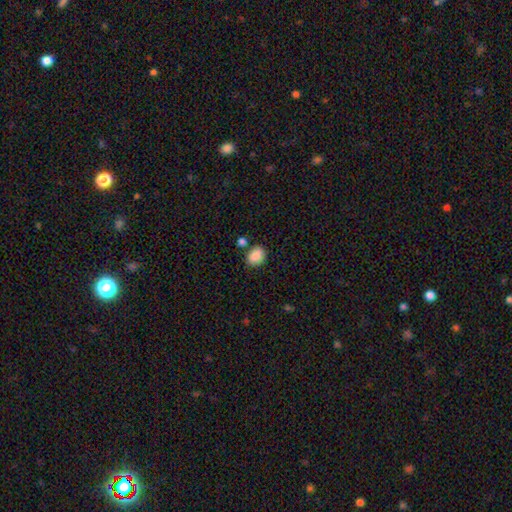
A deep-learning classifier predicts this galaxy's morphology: smooth_or_featured: smooth (p=0.88) [alt: star or artifact p=0.09]
how_rounded: in between (p=0.54) [alt: round p=0.45]
merging: none (p=0.73) [alt: minor disturbance p=0.13]